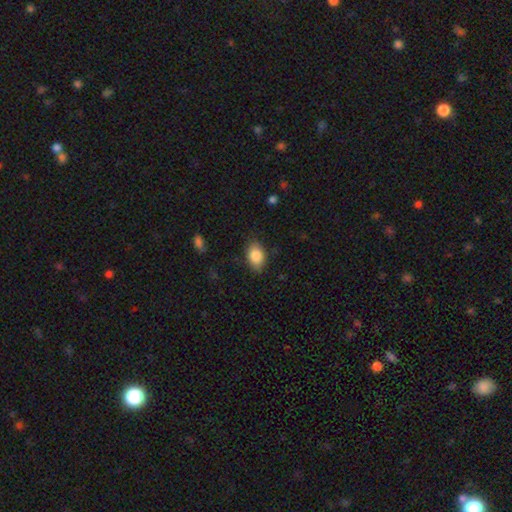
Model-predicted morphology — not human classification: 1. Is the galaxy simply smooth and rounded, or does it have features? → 85% smooth, 7% featured or disk, 7% star or artifact.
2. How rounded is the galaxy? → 88% in between, 10% round, 2% cigar-shaped.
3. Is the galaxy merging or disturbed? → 83% none, 13% minor disturbance, 3% major disturbance, 1% merger.